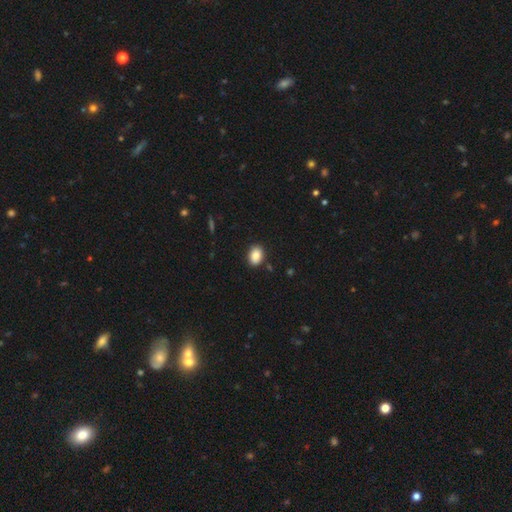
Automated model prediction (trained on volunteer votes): smooth_or_featured: smooth (p=0.86) [alt: star or artifact p=0.08]
how_rounded: in between (p=0.76) [alt: round p=0.23]
merging: none (p=0.88) [alt: minor disturbance p=0.08]